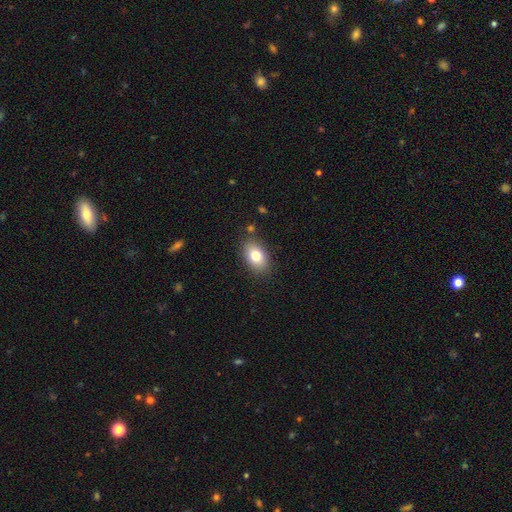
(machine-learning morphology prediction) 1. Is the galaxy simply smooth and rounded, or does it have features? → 78% smooth, 13% featured or disk, 9% star or artifact.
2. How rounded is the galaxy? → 83% in between, 15% round, 1% cigar-shaped.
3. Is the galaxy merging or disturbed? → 83% none, 11% minor disturbance, 3% major disturbance, 3% merger.